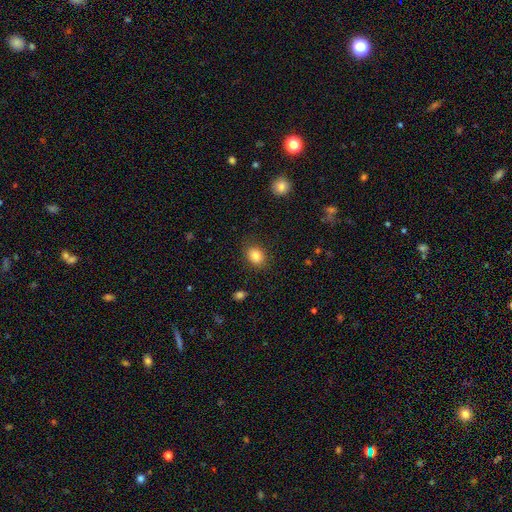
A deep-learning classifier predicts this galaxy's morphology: Smooth or featured? Predicted: smooth (p=0.84). How rounded? Predicted: in between (p=0.53). Merging? Predicted: none (p=0.86).